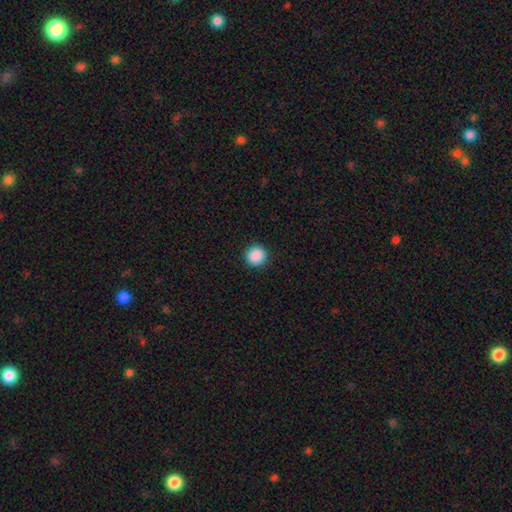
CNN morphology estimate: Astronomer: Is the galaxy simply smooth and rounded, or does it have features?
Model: smooth — 89%.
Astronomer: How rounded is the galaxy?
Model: round — 94%.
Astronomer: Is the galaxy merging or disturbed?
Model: none — 92%.